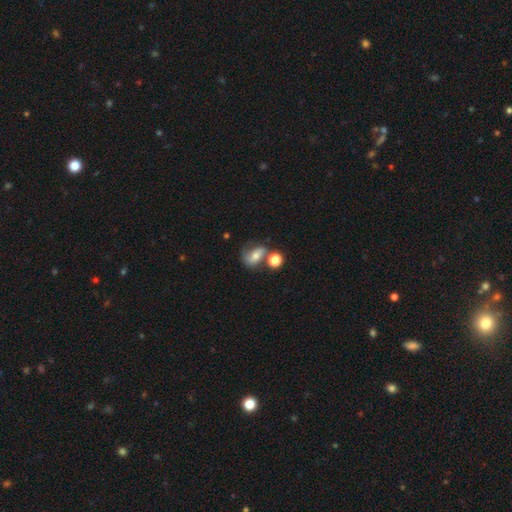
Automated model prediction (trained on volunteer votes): A featured or disk galaxy (45%).

Vote fractions:
- Smooth or featured? featured or disk: 45% / smooth: 44% / star or artifact: 12%
- Merging? none: 42% / merger: 26% / minor disturbance: 19% / major disturbance: 13%